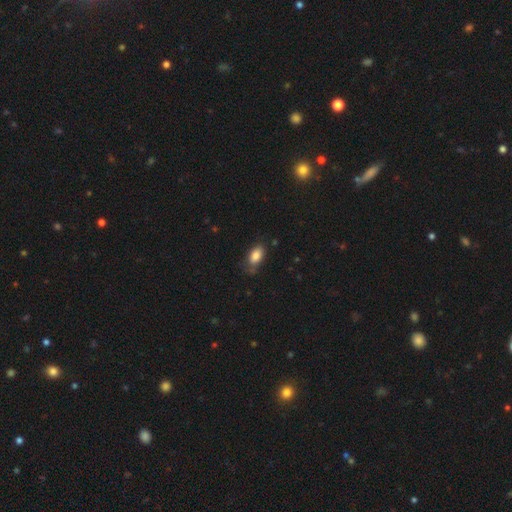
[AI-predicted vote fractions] Morphology: type=smooth (84%); roundness=in between (91%); merging=none (71%).